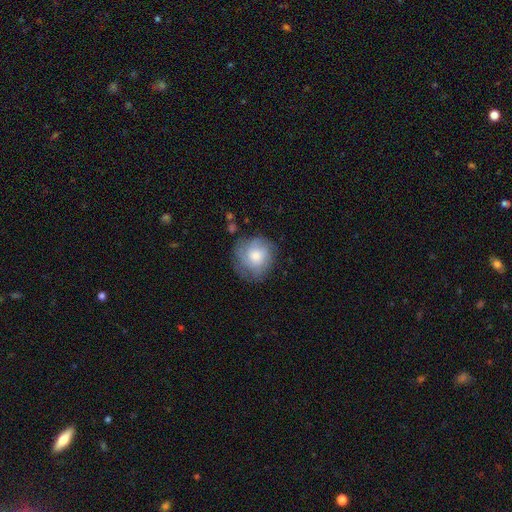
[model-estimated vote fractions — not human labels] The model was most divided on "smooth or featured": smooth: 58%, featured or disk: 34%, star or artifact: 8%. More confident: how rounded — round (87%); merging — none (69%).